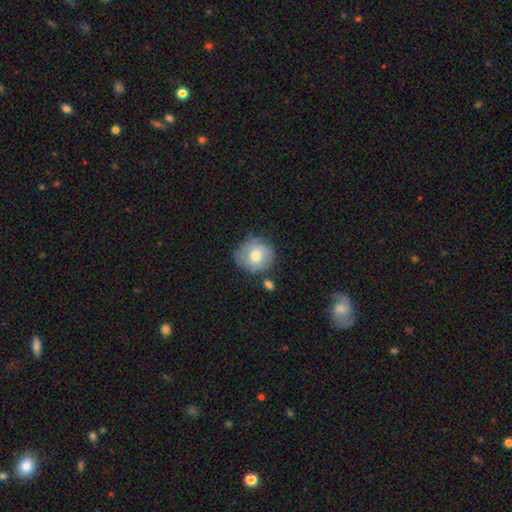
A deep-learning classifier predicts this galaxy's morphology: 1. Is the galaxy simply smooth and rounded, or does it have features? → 55% smooth, 37% featured or disk, 8% star or artifact.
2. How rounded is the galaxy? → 85% round, 14% in between, 1% cigar-shaped.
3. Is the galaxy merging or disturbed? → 64% none, 22% minor disturbance, 7% major disturbance, 6% merger.